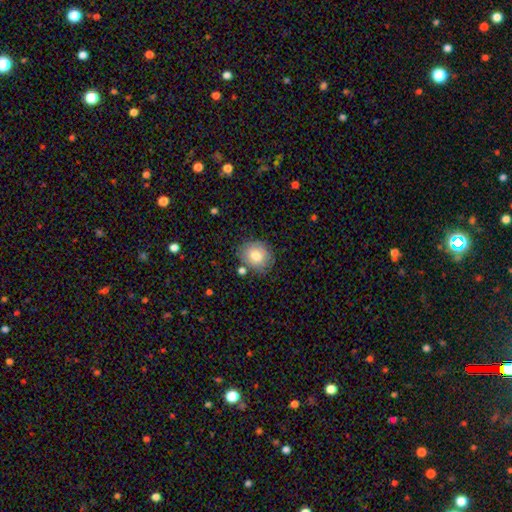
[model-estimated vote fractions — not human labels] Smooth or featured? smooth (79%)
How rounded? round (66%)
Merging? none (77%)